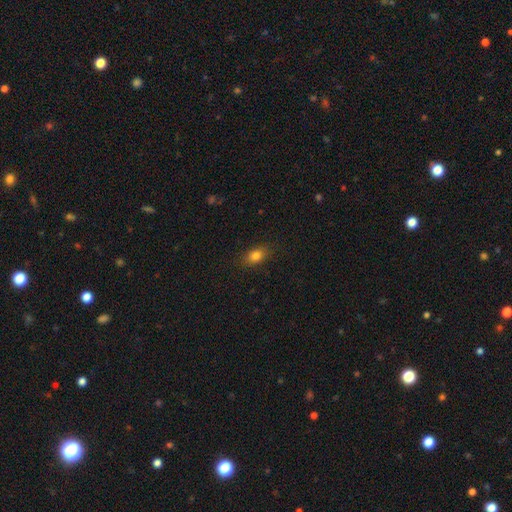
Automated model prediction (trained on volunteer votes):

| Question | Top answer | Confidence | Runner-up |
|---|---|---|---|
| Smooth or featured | smooth | 81% | star or artifact (11%) |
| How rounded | in between | 78% | round (18%) |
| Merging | none | 86% | minor disturbance (10%) |